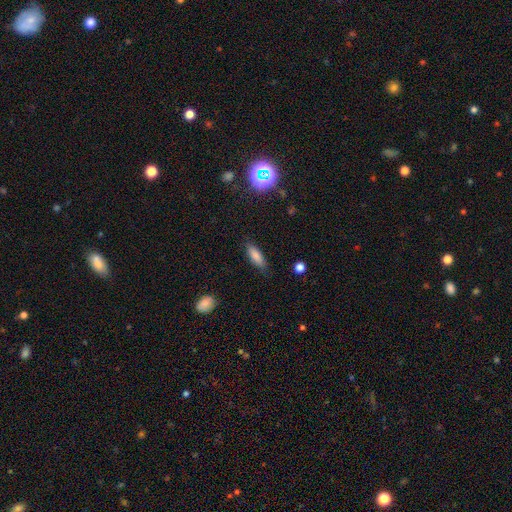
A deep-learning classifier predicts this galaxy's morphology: A smooth galaxy with no disk features (82%) that is in between round and cigar-shaped (56%).

Vote fractions:
- Smooth or featured? smooth: 82% / featured or disk: 9% / star or artifact: 9%
- How rounded? in between: 56% / cigar-shaped: 42% / round: 2%
- Merging? none: 82% / minor disturbance: 14% / major disturbance: 3% / merger: 1%